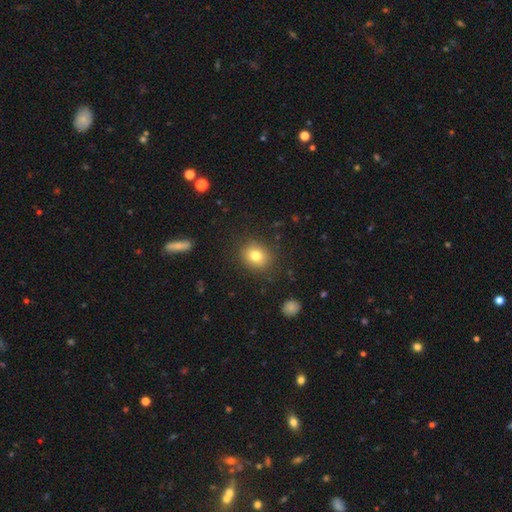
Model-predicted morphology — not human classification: smooth 79%, star or artifact 11%, featured or disk 10%. Down the decision tree: how rounded — round (66%); merging — none (87%).